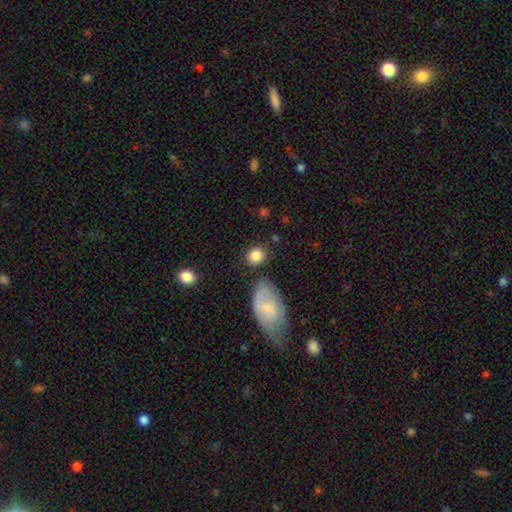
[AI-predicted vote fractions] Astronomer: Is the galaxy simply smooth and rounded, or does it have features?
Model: smooth — 85%.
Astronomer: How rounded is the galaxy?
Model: round — 69%.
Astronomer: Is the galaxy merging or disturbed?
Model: none — 73%.